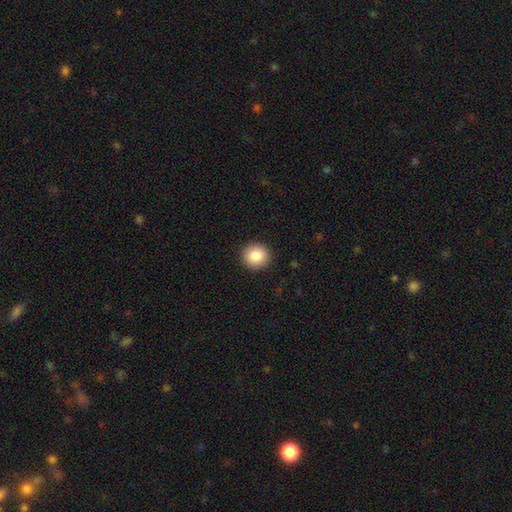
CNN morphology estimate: This is clearly a smooth galaxy (86%). How rounded: clearly round (91%). Merging: clearly none (92%).